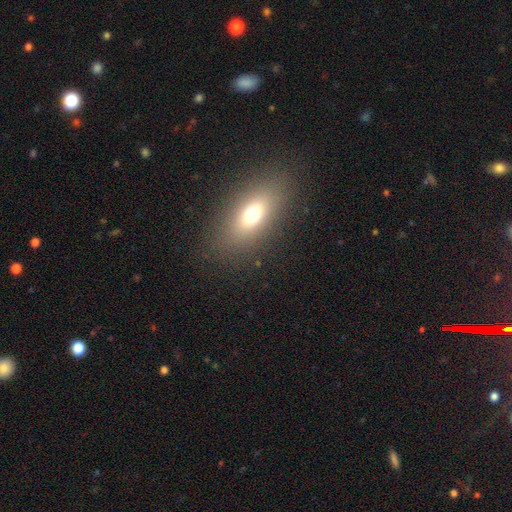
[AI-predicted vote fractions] Smooth or featured? smooth (60%)
How rounded? in between (80%)
Merging? none (88%)